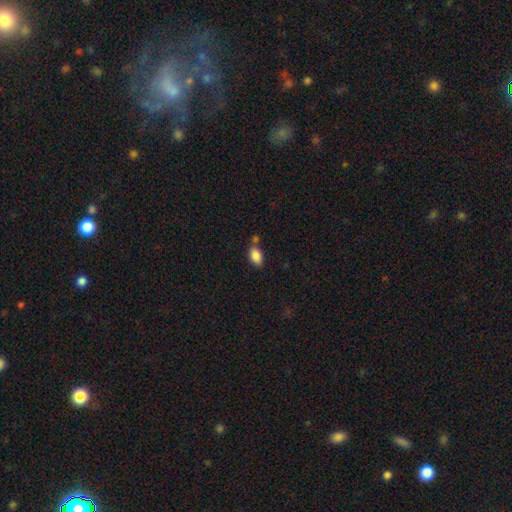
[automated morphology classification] Overall: smooth (87%). How rounded: in between (89%). Merging: none (65%).